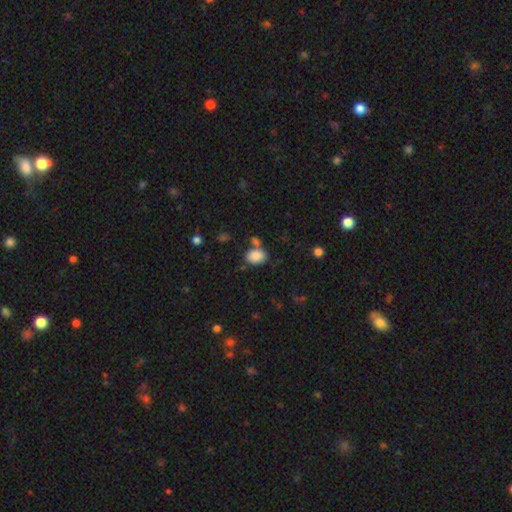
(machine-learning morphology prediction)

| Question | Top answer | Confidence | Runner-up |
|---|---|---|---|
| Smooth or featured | smooth | 86% | star or artifact (9%) |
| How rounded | in between | 76% | round (23%) |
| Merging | none | 62% | merger (19%) |